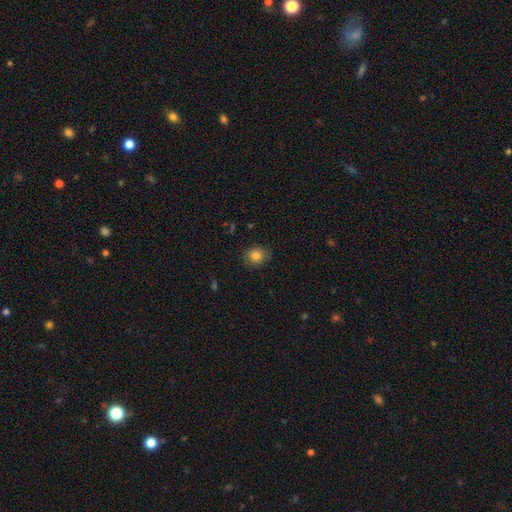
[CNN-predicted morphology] Smooth or featured? smooth (82%)
How rounded? round (77%)
Merging? none (84%)